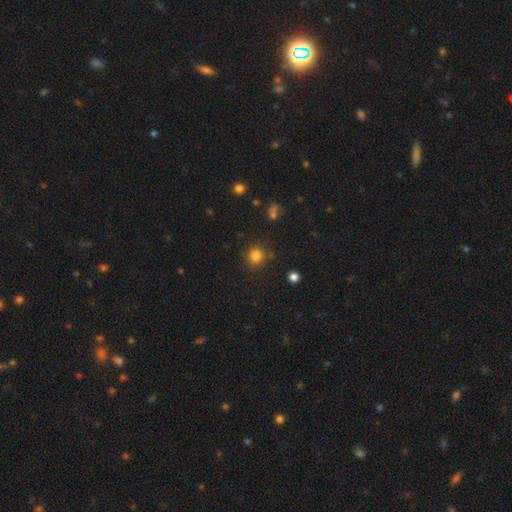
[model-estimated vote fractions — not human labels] The model was most divided on "smooth or featured": smooth: 82%, star or artifact: 13%, featured or disk: 5%. More confident: how rounded — round (92%); merging — none (85%).